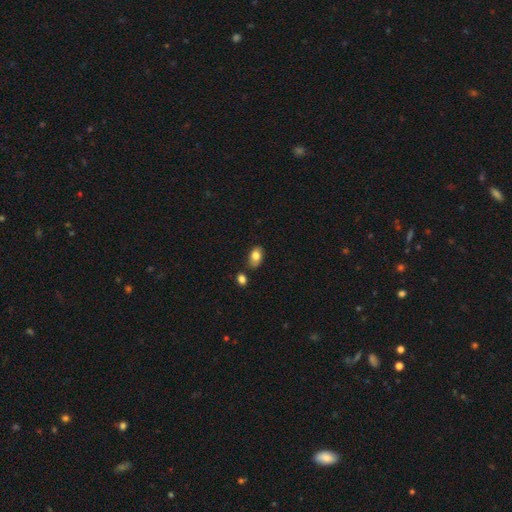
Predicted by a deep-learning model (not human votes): Morphology: type=smooth (81%); roundness=in between (90%); merging=none (75%).